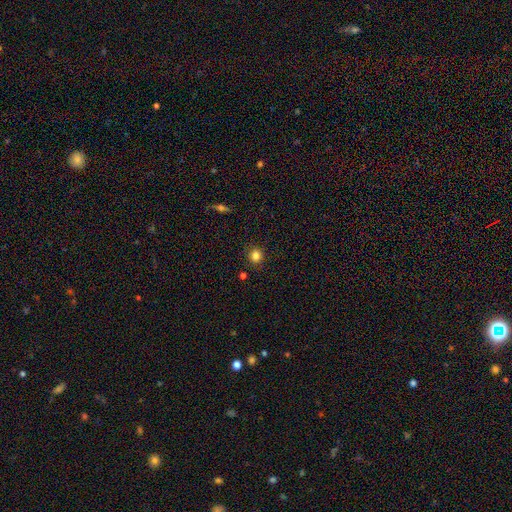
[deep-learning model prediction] A smooth galaxy with no disk features (82%) that is round (85%). Merging: none (88%).